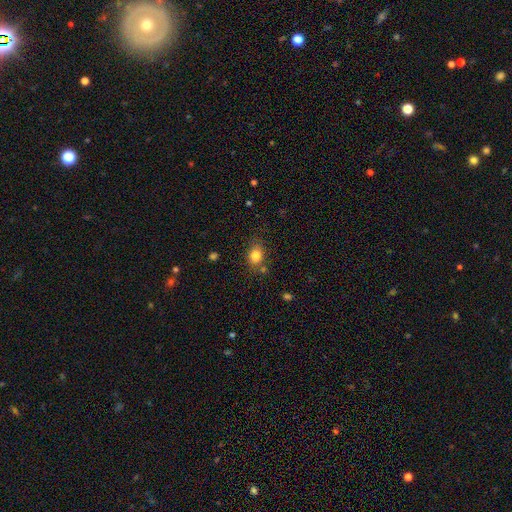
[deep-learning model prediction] A smooth galaxy with no disk features (83%) that is in between round and cigar-shaped (57%). Merging: none (72%).